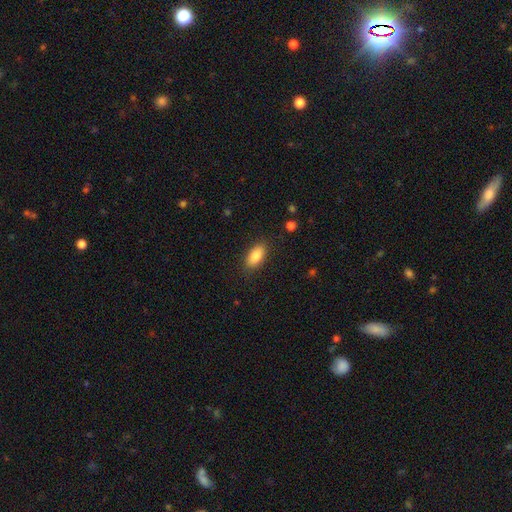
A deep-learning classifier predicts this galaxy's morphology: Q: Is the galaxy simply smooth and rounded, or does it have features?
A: smooth — 86%.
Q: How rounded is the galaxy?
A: in between — 89%.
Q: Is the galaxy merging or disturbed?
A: none — 87%.